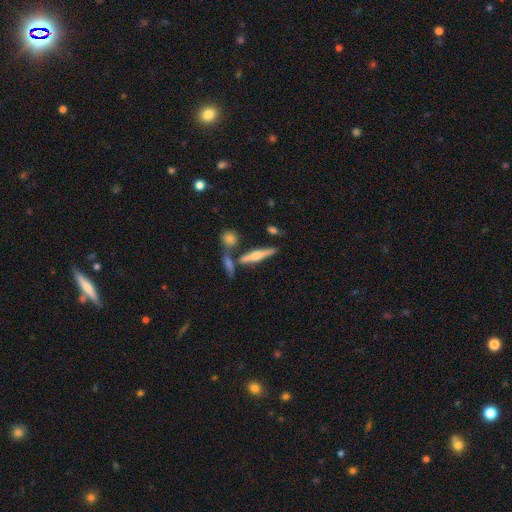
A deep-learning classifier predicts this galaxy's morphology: smooth-or-featured: featured or disk: 53% | smooth: 39% | star or artifact: 8%
  disk-edge-on: yes: 94% | no: 6%
  merging: none: 67% | merger: 18% | minor disturbance: 11% | major disturbance: 4%